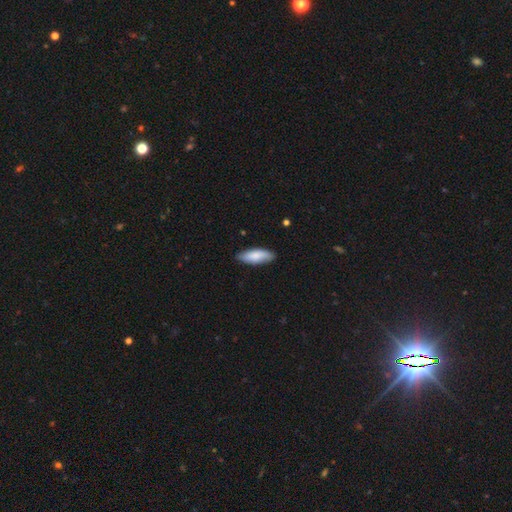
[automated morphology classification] The model was most divided on "how rounded": in between: 66%, cigar-shaped: 32%, round: 2%. More confident: merging — none (86%); smooth or featured — smooth (83%).